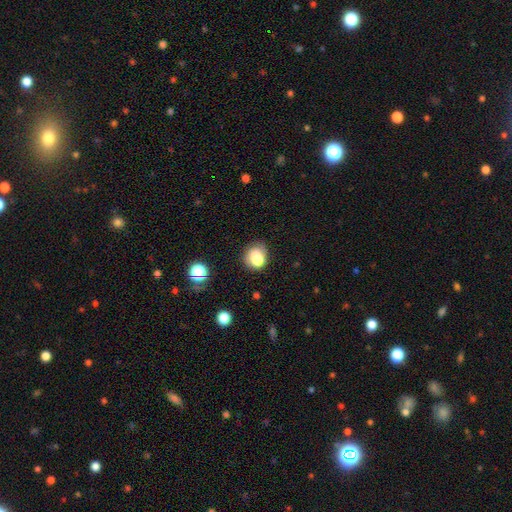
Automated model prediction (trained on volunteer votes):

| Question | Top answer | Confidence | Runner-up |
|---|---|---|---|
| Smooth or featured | smooth | 75% | featured or disk (14%) |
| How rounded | round | 61% | in between (38%) |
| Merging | none | 60% | minor disturbance (28%) |